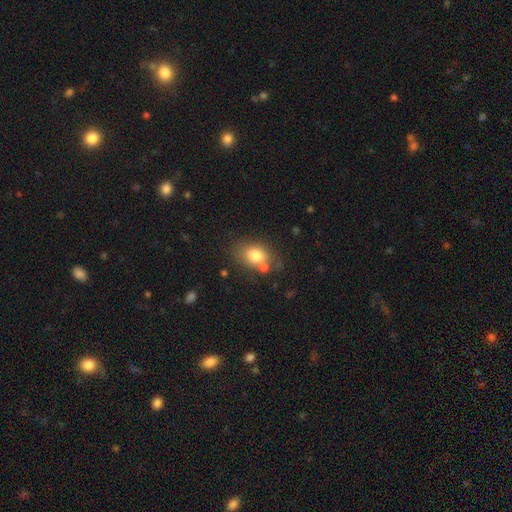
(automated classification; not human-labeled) This appears to be a smooth galaxy with no disk features (78%) that is in between round and cigar-shaped (65%). Merging: none (65%).